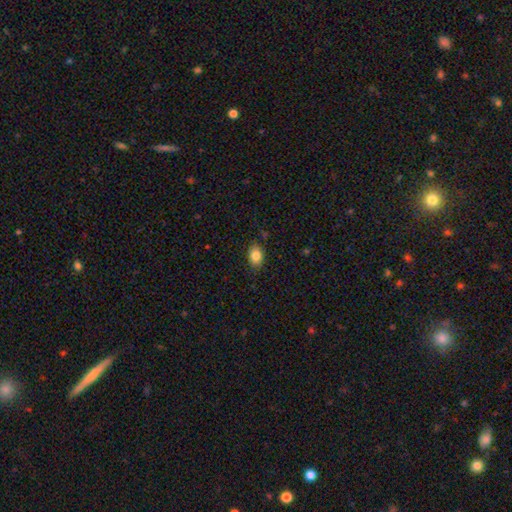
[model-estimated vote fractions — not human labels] smooth-or-featured: smooth: 85% | star or artifact: 8% | featured or disk: 6%
  how-rounded: in between: 81% | round: 18% | cigar-shaped: 1%
  merging: none: 83% | minor disturbance: 13% | major disturbance: 3% | merger: 1%